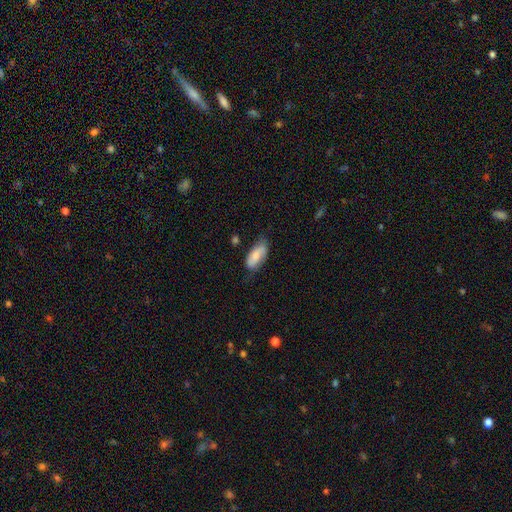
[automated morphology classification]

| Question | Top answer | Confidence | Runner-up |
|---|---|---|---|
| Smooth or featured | smooth | 73% | featured or disk (21%) |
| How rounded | in between | 87% | cigar-shaped (11%) |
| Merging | none | 59% | minor disturbance (31%) |